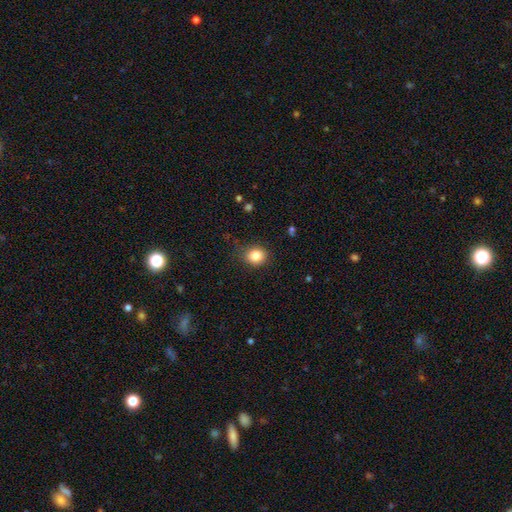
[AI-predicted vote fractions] A smooth galaxy with no disk features (83%) that is round (76%). Merging: none (82%).